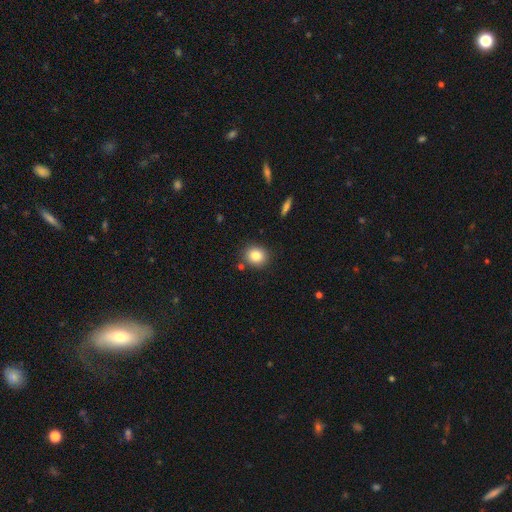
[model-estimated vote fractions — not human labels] Smooth or featured: smooth — 83% (star or artifact — 10%)
How rounded: round — 78% (in between — 21%)
Merging: none — 86% (minor disturbance — 8%)